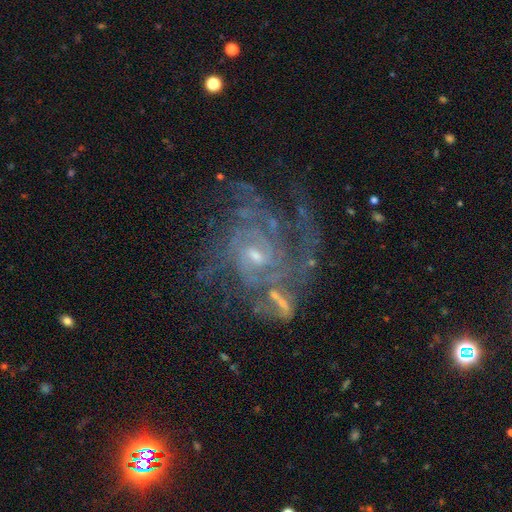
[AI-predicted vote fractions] A featured or disk galaxy (81%) with no bar (69%), tight (47%) spiral arms (92%) and a small central bulge (71%). Merging: none (55%).